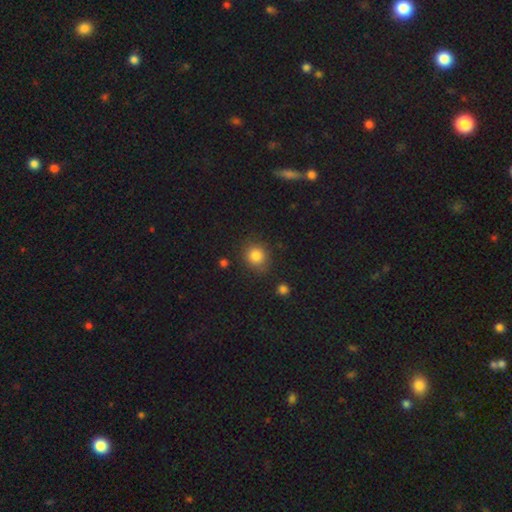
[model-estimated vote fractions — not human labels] Q: Smooth or featured?
A: smooth (83%); runner-up: star or artifact (11%)
Q: How rounded?
A: round (81%); runner-up: in between (18%)
Q: Merging?
A: none (81%); runner-up: minor disturbance (12%)